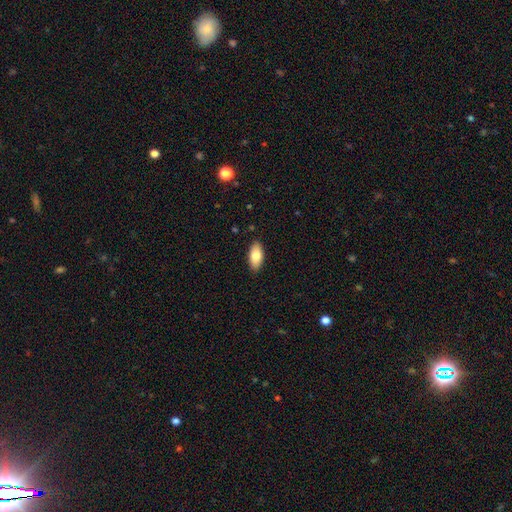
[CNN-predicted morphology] This is clearly a smooth galaxy (82%). How rounded: clearly in between (91%). Merging: clearly none (89%).